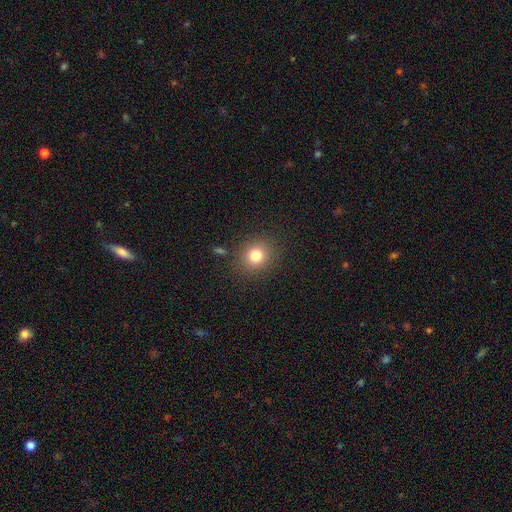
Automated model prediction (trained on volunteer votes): Smooth or featured? Predicted: smooth (p=0.80). How rounded? Predicted: round (p=0.81). Merging? Predicted: none (p=0.87).